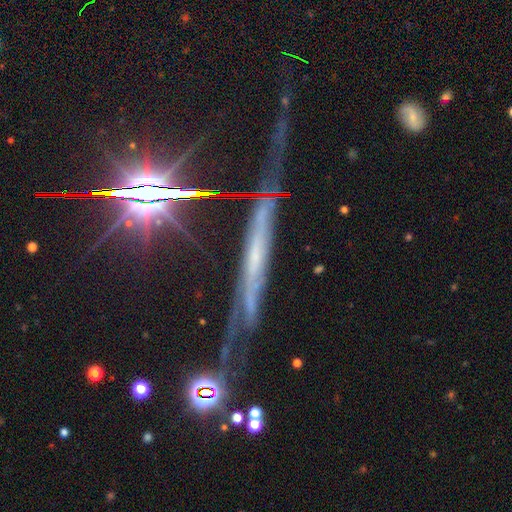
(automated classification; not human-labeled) Smooth or featured? Predicted: featured or disk (p=0.65). Edge-on disk? Predicted: yes (p=0.81). Edge-on bulge? Predicted: none (p=0.63). Merging? Predicted: none (p=0.60).